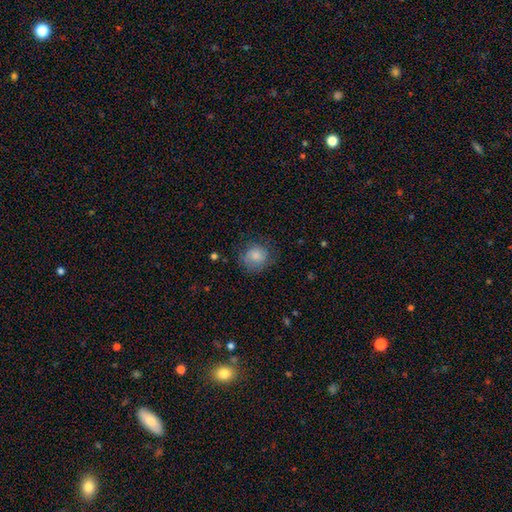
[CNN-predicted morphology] This appears to be a smooth galaxy with no disk features (80%) that is round (86%). Merging: none (70%).